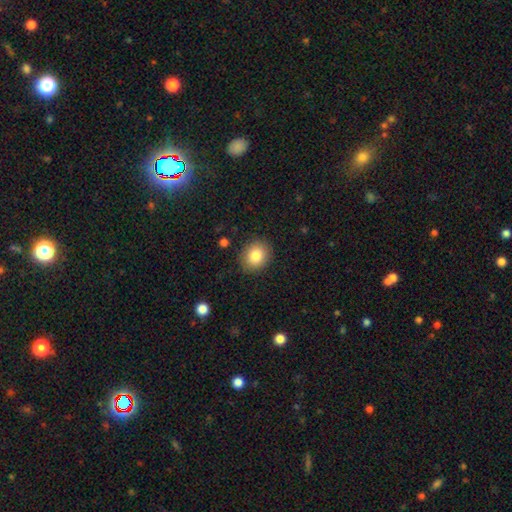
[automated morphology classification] The model was most divided on "how rounded": round: 64%, in between: 35%, cigar-shaped: 1%. More confident: merging — none (88%); smooth or featured — smooth (84%).